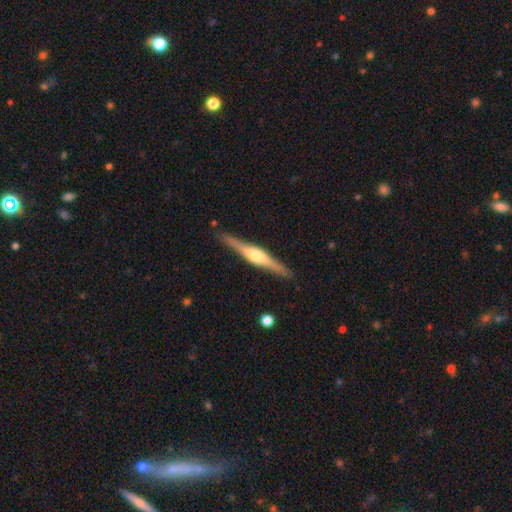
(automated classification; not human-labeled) Smooth or featured: featured or disk — 77% (smooth — 18%)
Edge-on disk: yes — 98% (no — 2%)
Edge-on bulge: rounded — 89% (boxy — 8%)
Merging: none — 90% (minor disturbance — 7%)